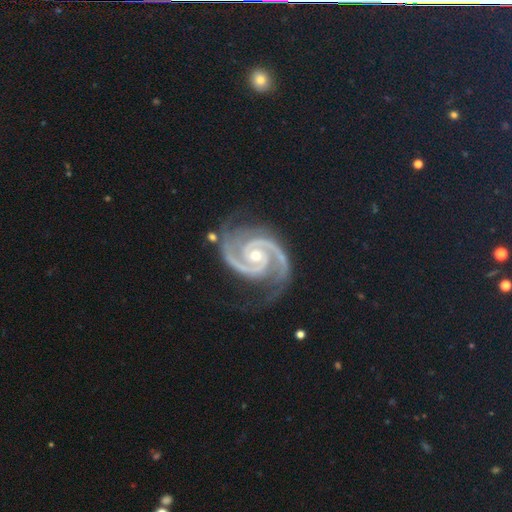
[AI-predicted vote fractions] Smooth or featured: featured or disk — 95% (star or artifact — 4%)
Edge-on disk: no — 98% (yes — 2%)
Bar: no — 65% (weak — 24%)
Spiral arms: yes — 99% (no — 1%)
Spiral winding: tight — 52% (medium — 44%)
Spiral arm count: 2 — 90% (3 — 5%)
Bulge size: moderate — 55% (small — 42%)
Merging: none — 72% (minor disturbance — 20%)